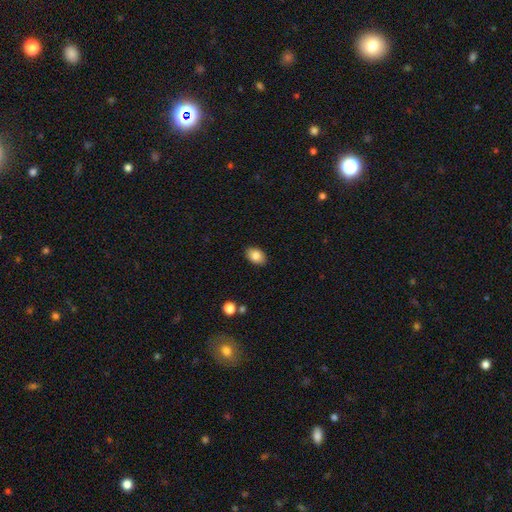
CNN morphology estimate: Smooth or featured? smooth (84%)
How rounded? in between (84%)
Merging? none (89%)